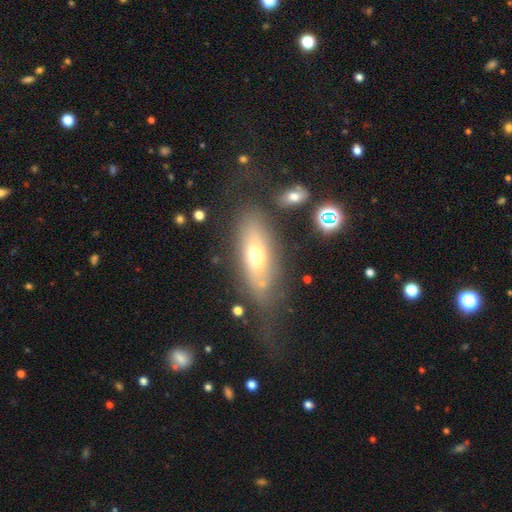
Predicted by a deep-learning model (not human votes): smooth_or_featured: smooth (p=0.56) [alt: featured or disk p=0.33]
how_rounded: in between (p=0.67) [alt: cigar-shaped p=0.28]
merging: none (p=0.50) [alt: minor disturbance p=0.22]